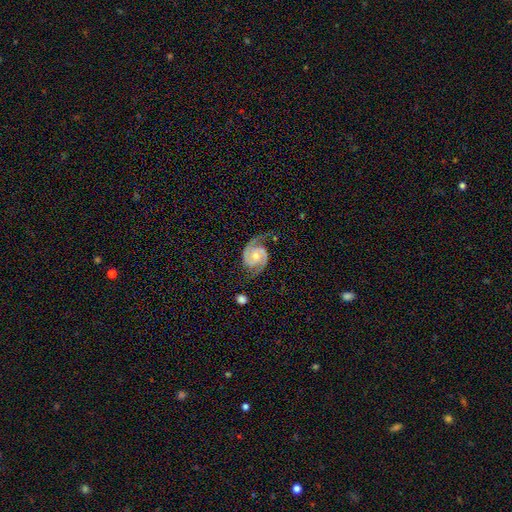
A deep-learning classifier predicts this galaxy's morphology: This is clearly a featured or disk galaxy (92%). It is clearly not viewed edge-on (98%). Bar: likely no (65%). Spiral arm pattern: clearly yes (99%). Spiral arm count: clearly 2 (93%). Spiral winding: possibly medium (50%). Central bulge: possibly moderate (49%). Merging: likely none (74%).